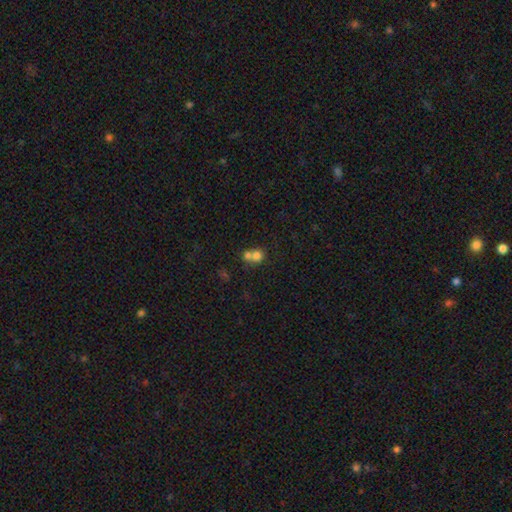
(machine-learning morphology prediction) Smooth or featured? Predicted: smooth (p=0.74). How rounded? Predicted: round (p=0.80). Merging? Predicted: merger (p=0.65).